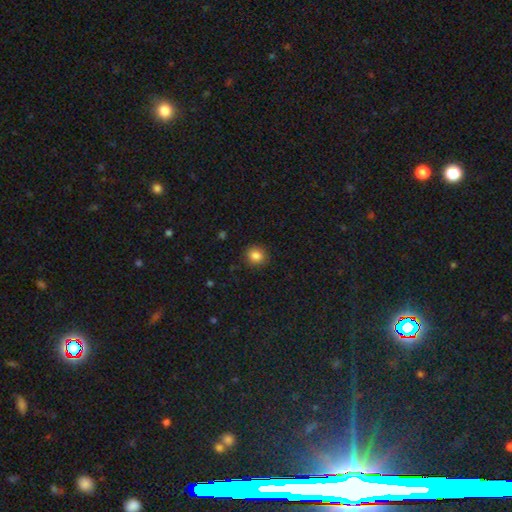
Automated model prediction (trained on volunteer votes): Smooth or featured: smooth — 85% (star or artifact — 10%)
How rounded: round — 80% (in between — 19%)
Merging: none — 90% (minor disturbance — 7%)